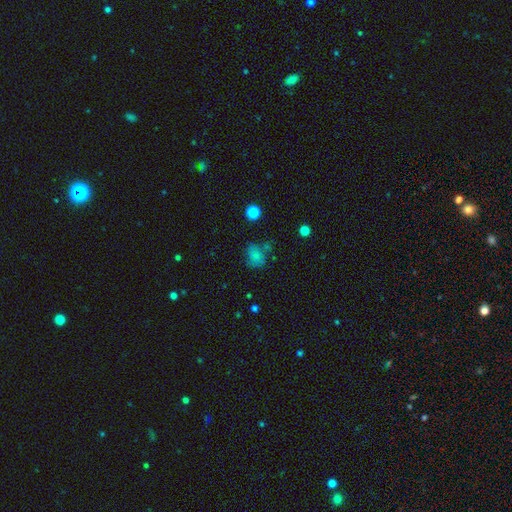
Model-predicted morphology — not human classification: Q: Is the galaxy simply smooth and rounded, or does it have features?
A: smooth — 75%.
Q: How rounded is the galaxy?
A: round — 56%.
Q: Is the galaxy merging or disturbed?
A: none — 57%.